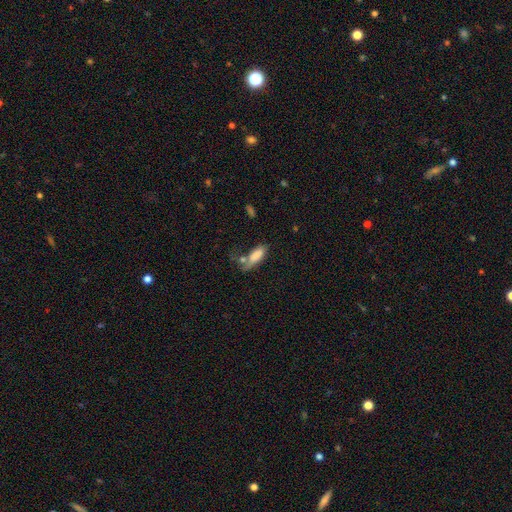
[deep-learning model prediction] smooth 77%, featured or disk 15%, star or artifact 9%. Down the decision tree: how rounded — in between (75%); merging — none (31%).